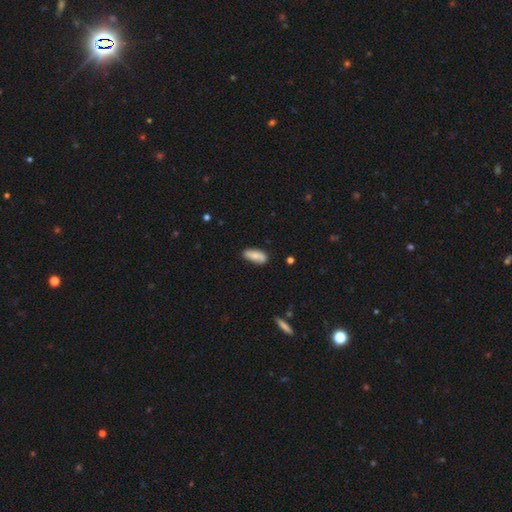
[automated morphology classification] Smooth or featured? smooth (71%)
How rounded? in between (82%)
Merging? none (78%)